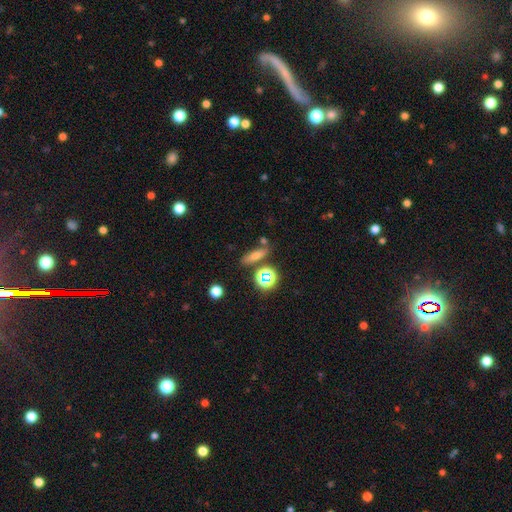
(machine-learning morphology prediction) smooth 63%, star or artifact 20%, featured or disk 17%. Down the decision tree: how rounded — cigar-shaped (51%); merging — none (73%).